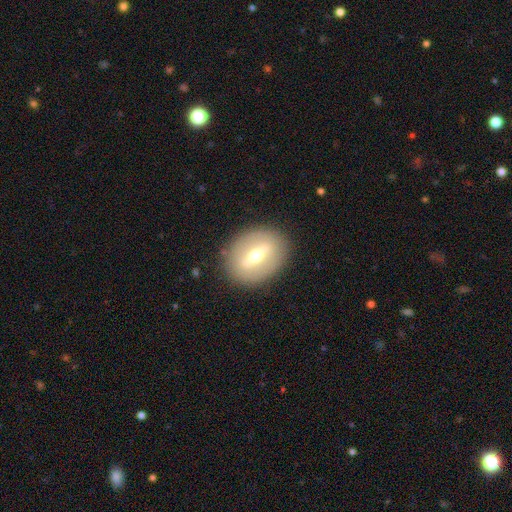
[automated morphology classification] smooth_or_featured: featured or disk (p=0.58) [alt: smooth p=0.35]
disk_edge_on: no (p=0.73) [alt: yes p=0.27]
merging: none (p=0.87) [alt: minor disturbance p=0.08]